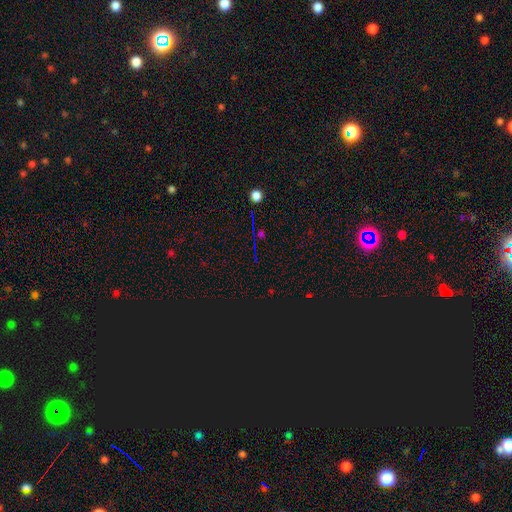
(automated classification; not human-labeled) A star or artifact, not a galaxy (76%).